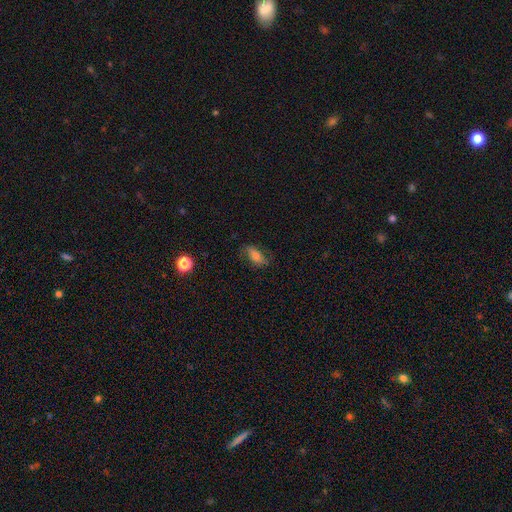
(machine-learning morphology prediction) smooth 68%, featured or disk 23%, star or artifact 9%. Down the decision tree: how rounded — in between (82%); merging — none (73%).